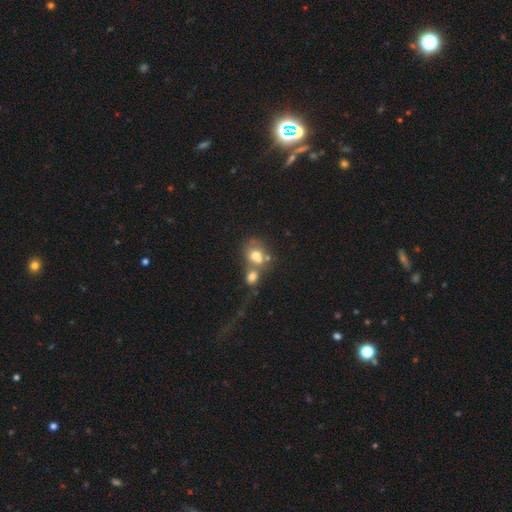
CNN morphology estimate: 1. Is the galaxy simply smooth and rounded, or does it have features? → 62% smooth, 25% featured or disk, 12% star or artifact.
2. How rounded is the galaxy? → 55% round, 44% in between, 1% cigar-shaped.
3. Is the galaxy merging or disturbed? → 63% merger, 20% none, 9% major disturbance, 8% minor disturbance.